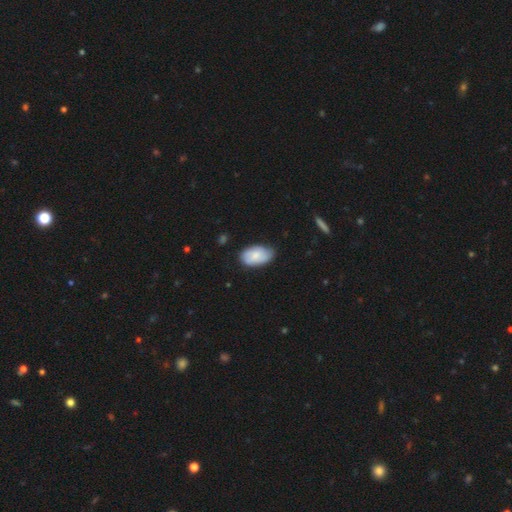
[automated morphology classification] Smooth or featured: smooth — 71% (featured or disk — 23%)
How rounded: in between — 93% (round — 5%)
Merging: none — 67% (minor disturbance — 27%)